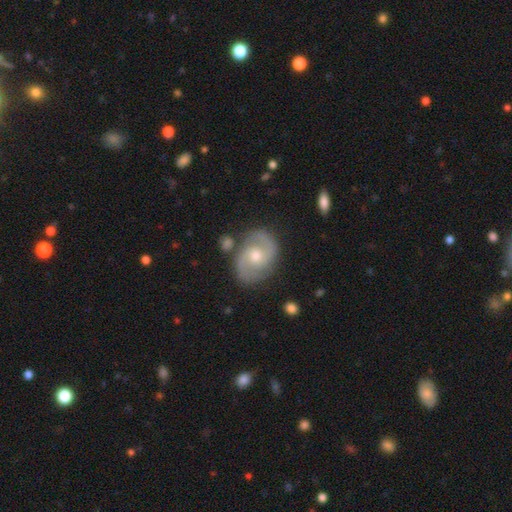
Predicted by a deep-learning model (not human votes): A featured or disk galaxy (84%) with no bar (54%), 2 (92%) medium (55%) spiral arms (95%) and a moderate central bulge (69%). Merging: none (80%).